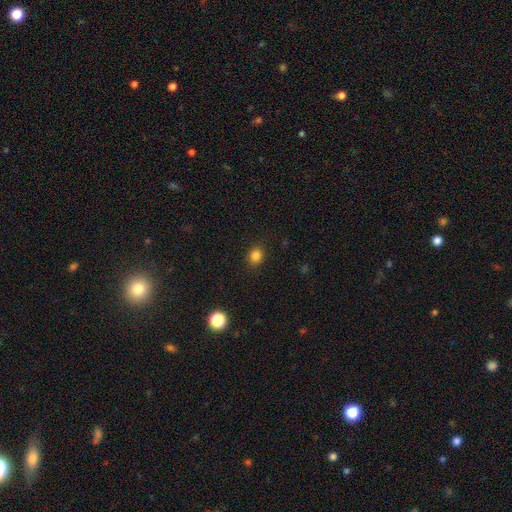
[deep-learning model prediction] smooth 83%, star or artifact 13%, featured or disk 4%. Down the decision tree: how rounded — round (74%); merging — none (89%).